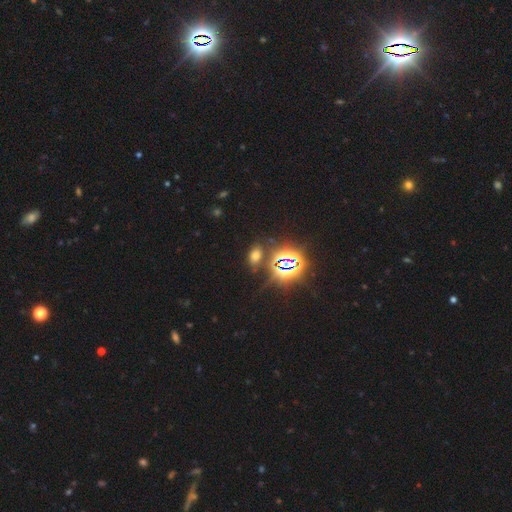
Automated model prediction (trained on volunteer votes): The model was most divided on "smooth or featured": smooth: 48%, star or artifact: 43%, featured or disk: 9%. More confident: merging — none (79%).